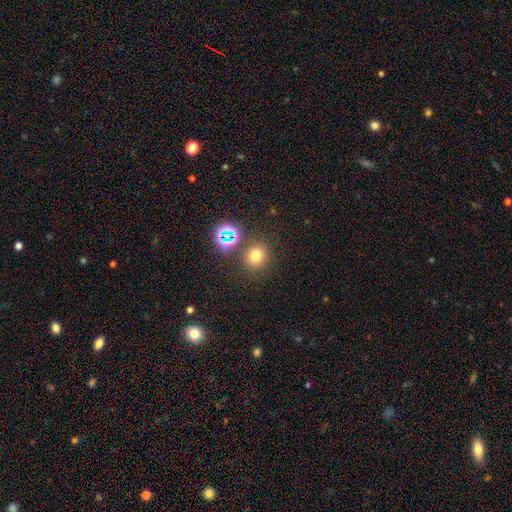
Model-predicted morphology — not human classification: Overall: smooth (69%). How rounded: round (80%). Merging: none (80%).